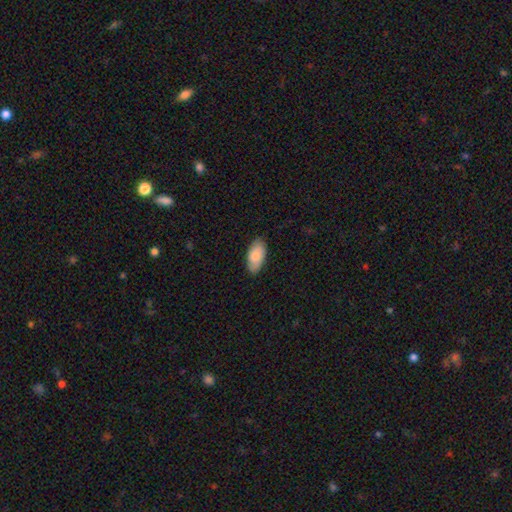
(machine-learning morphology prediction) A smooth galaxy with no disk features (86%) that is in between round and cigar-shaped (93%). Merging: none (85%).